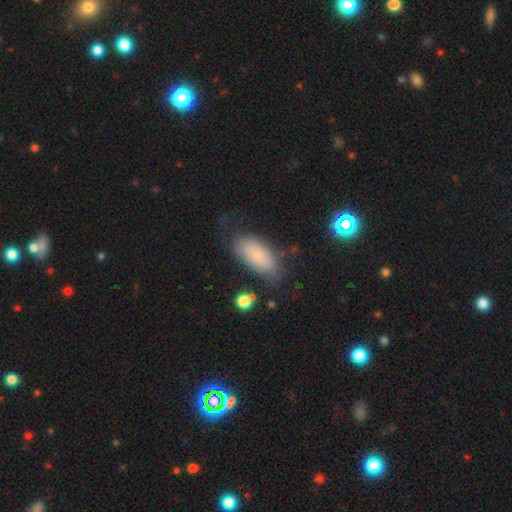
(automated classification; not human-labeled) Smooth or featured: smooth — 74% (featured or disk — 16%)
How rounded: in between — 89% (cigar-shaped — 8%)
Merging: none — 63% (minor disturbance — 24%)